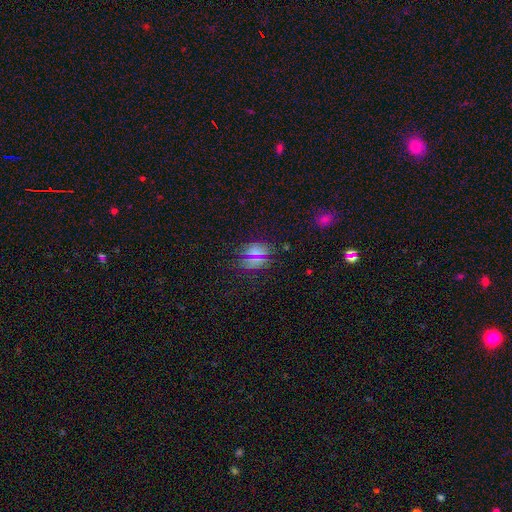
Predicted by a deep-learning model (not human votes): smooth_or_featured: smooth (p=0.51) [alt: star or artifact p=0.40]
how_rounded: round (p=0.56) [alt: in between p=0.39]
merging: none (p=0.81) [alt: minor disturbance p=0.11]